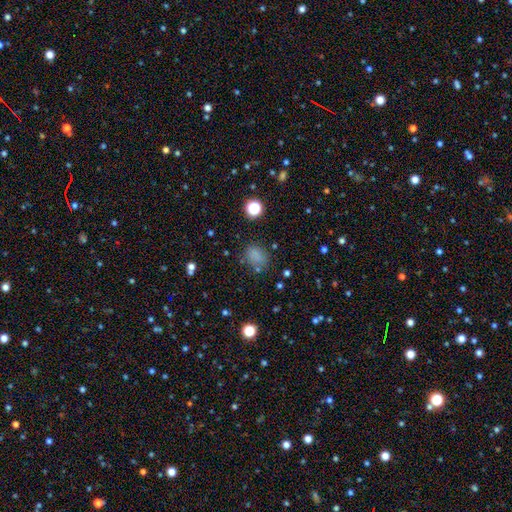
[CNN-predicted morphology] Smooth or featured? smooth (75%)
How rounded? in between (57%)
Merging? none (72%)